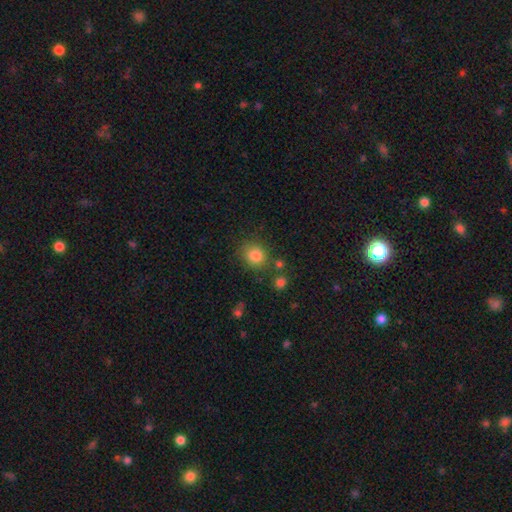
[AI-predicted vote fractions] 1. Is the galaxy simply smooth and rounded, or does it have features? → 83% smooth, 11% star or artifact, 6% featured or disk.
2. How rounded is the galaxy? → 78% round, 21% in between, 1% cigar-shaped.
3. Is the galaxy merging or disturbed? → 76% none, 13% minor disturbance, 7% merger, 5% major disturbance.